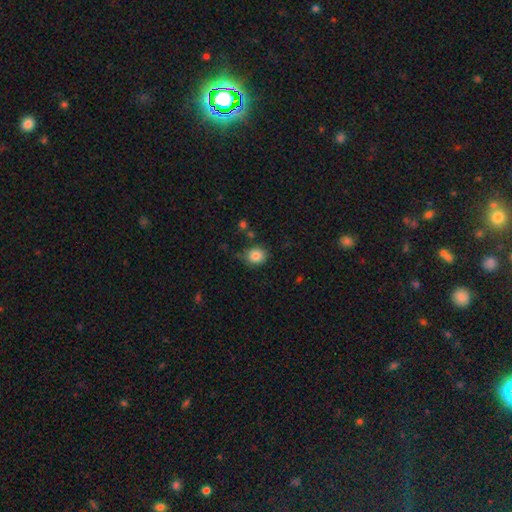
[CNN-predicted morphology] A smooth galaxy with no disk features (85%) that is round (73%).

Vote fractions:
- Smooth or featured? smooth: 85% / star or artifact: 10% / featured or disk: 6%
- How rounded? round: 73% / in between: 26% / cigar-shaped: 1%
- Merging? none: 79% / minor disturbance: 14% / major disturbance: 3% / merger: 3%